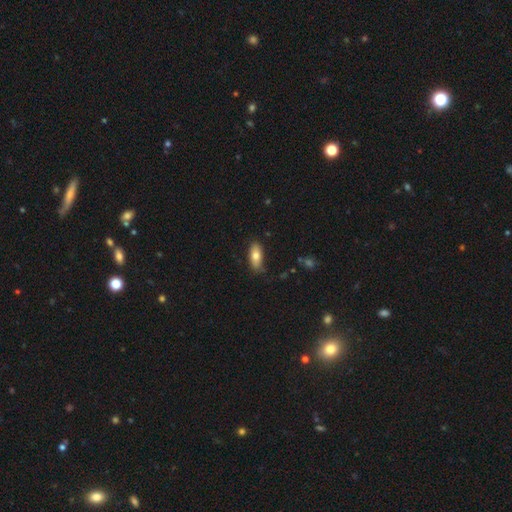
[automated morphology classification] Overall: smooth (77%). How rounded: in between (82%). Merging: none (78%).